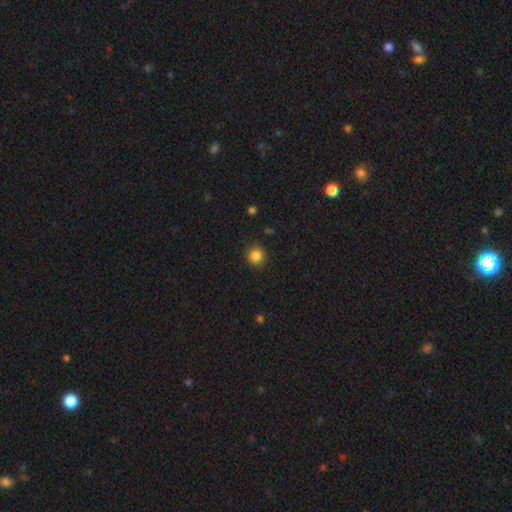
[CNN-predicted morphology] Smooth or featured: smooth — 85% (star or artifact — 11%)
How rounded: round — 92% (in between — 7%)
Merging: none — 90% (minor disturbance — 7%)